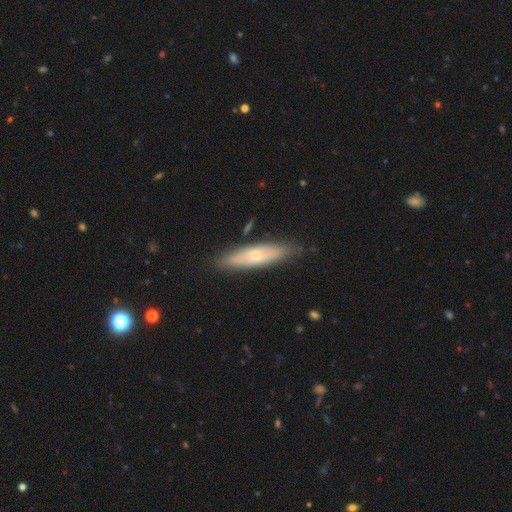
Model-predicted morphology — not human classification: Smooth or featured?
  - smooth: 53% *
  - featured or disk: 40%
  - star or artifact: 7%
How rounded?
  - cigar-shaped: 74% *
  - in between: 24%
  - round: 2%
Merging?
  - none: 82% *
  - minor disturbance: 13%
  - major disturbance: 3%
  - merger: 2%